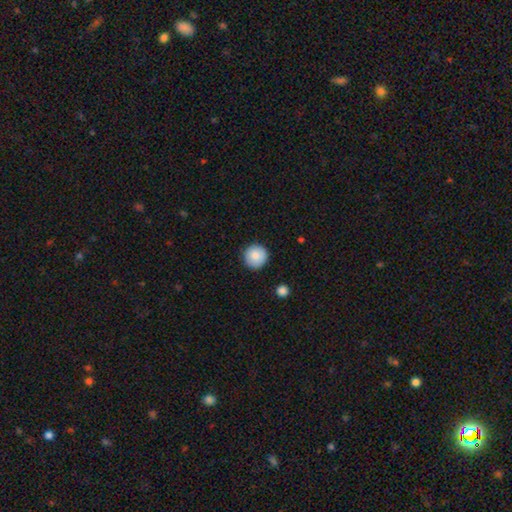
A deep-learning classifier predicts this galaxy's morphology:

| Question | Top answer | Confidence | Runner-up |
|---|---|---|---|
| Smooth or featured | smooth | 85% | star or artifact (8%) |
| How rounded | round | 95% | in between (4%) |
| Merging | none | 89% | minor disturbance (8%) |